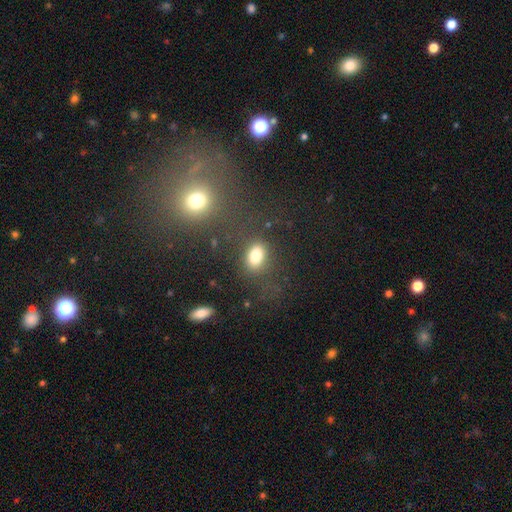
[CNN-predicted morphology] Smooth or featured? Predicted: smooth (p=0.80). How rounded? Predicted: in between (p=0.79). Merging? Predicted: none (p=0.76).